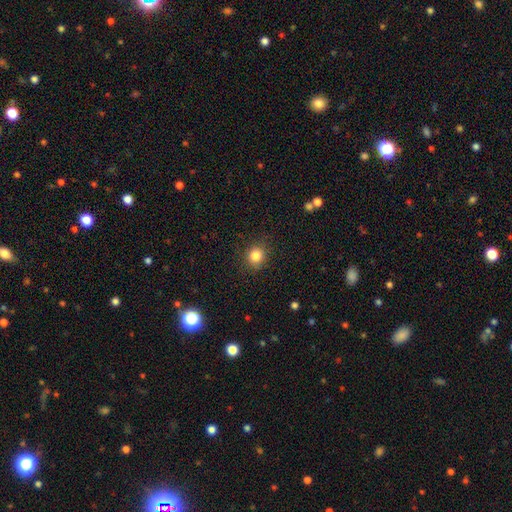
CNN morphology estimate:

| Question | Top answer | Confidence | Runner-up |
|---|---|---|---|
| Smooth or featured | smooth | 83% | star or artifact (11%) |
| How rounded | round | 82% | in between (17%) |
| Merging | none | 87% | minor disturbance (10%) |